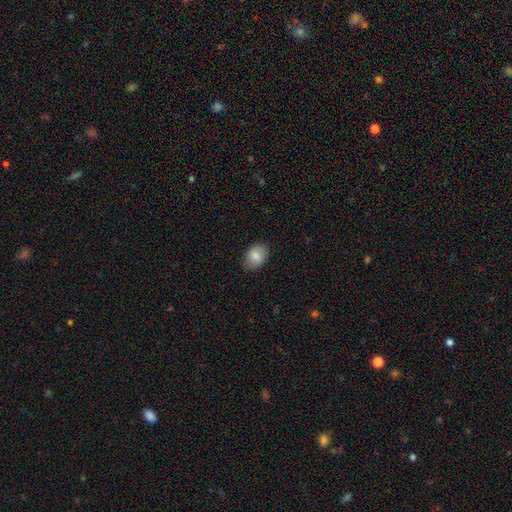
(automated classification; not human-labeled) Morphology: type=smooth (82%); roundness=in between (80%); merging=none (83%).